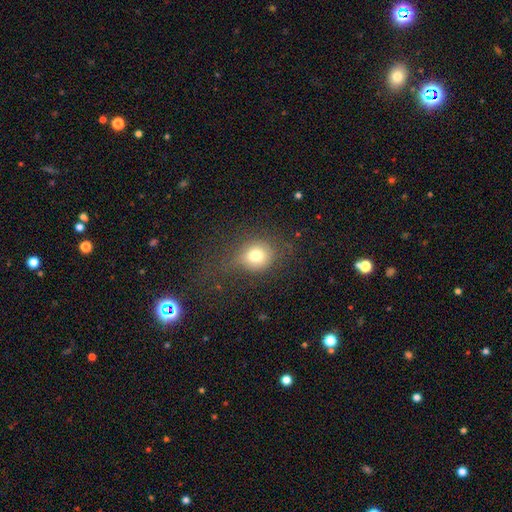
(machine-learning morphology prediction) Q: Smooth or featured?
A: smooth (76%); runner-up: star or artifact (13%)
Q: How rounded?
A: round (74%); runner-up: in between (25%)
Q: Merging?
A: none (65%); runner-up: minor disturbance (19%)